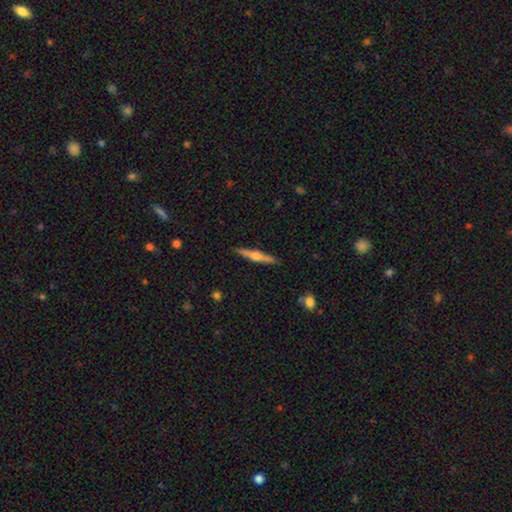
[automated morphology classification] A featured or disk galaxy (68%) viewed edge-on (98%) with a rounded central bulge (88%).

Vote fractions:
- Smooth or featured? featured or disk: 68% / smooth: 26% / star or artifact: 6%
- Edge-on disk? yes: 98% / no: 2%
- Edge-on bulge? rounded: 88% / boxy: 7% / none: 5%
- Merging? none: 90% / minor disturbance: 7% / major disturbance: 1% / merger: 1%